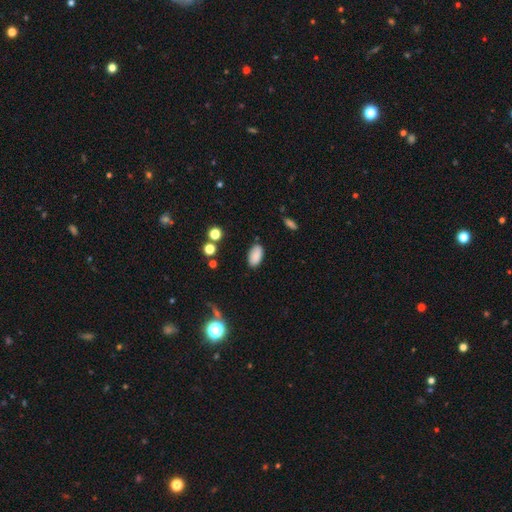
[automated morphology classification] type=smooth (86%); roundness=in between (94%); merging=none (84%).